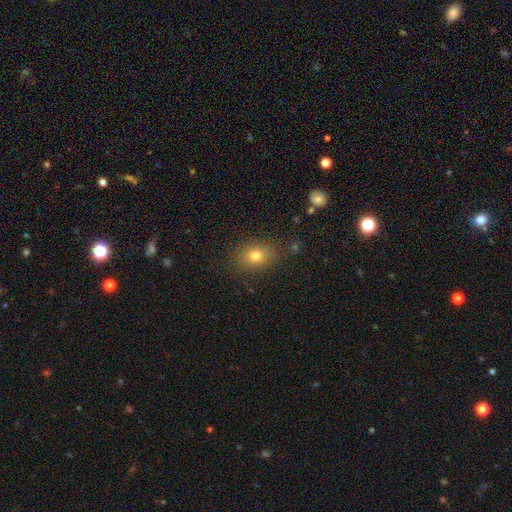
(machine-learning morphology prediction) The model was most divided on "how rounded": in between: 58%, round: 41%, cigar-shaped: 1%. More confident: merging — none (81%); smooth or featured — smooth (76%).